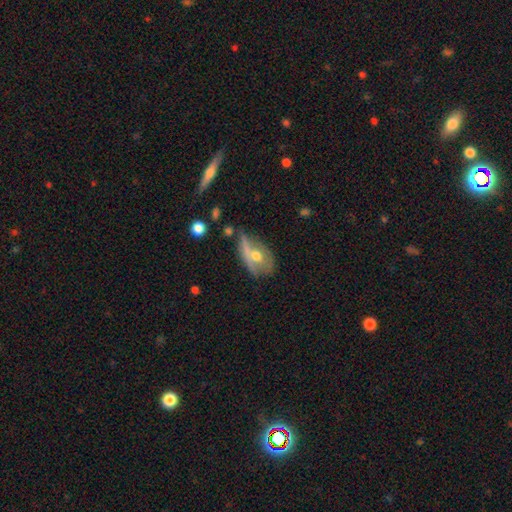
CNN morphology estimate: Smooth or featured? Predicted: featured or disk (p=0.45, tied with smooth). Merging? Predicted: none (p=0.31).